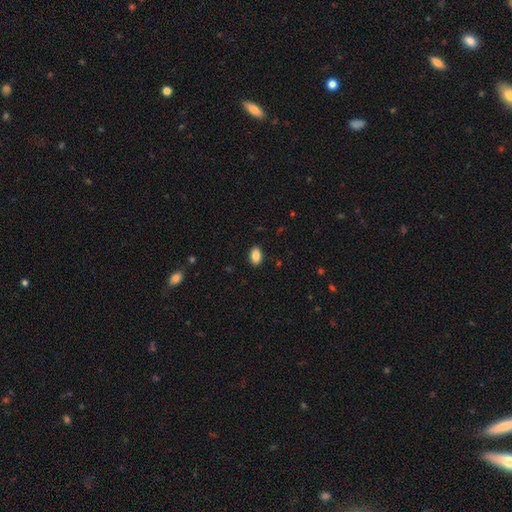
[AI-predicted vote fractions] Q: Smooth or featured?
A: smooth (87%); runner-up: star or artifact (8%)
Q: How rounded?
A: in between (88%); runner-up: round (11%)
Q: Merging?
A: none (89%); runner-up: minor disturbance (8%)